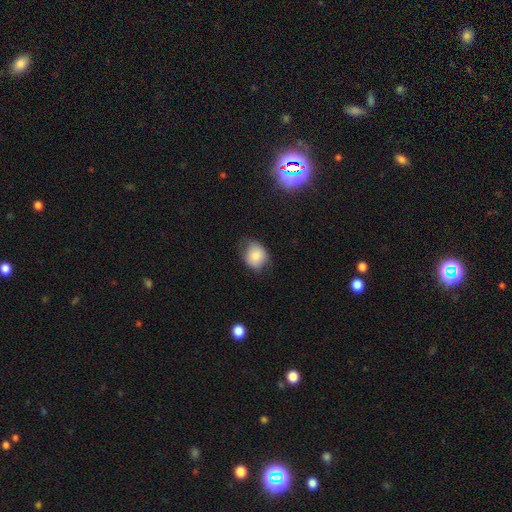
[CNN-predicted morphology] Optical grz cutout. It shows a smooth galaxy with no disk features (82%) that is round (57%). Merging: none (56%).